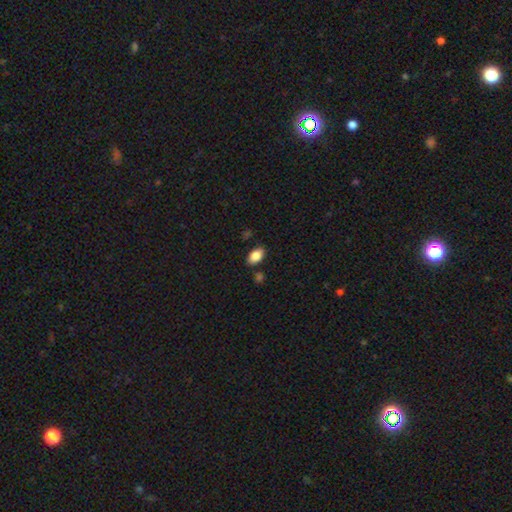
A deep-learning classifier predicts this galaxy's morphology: Q: Smooth or featured?
A: smooth (86%); runner-up: star or artifact (8%)
Q: How rounded?
A: in between (92%); runner-up: round (6%)
Q: Merging?
A: none (84%); runner-up: minor disturbance (10%)